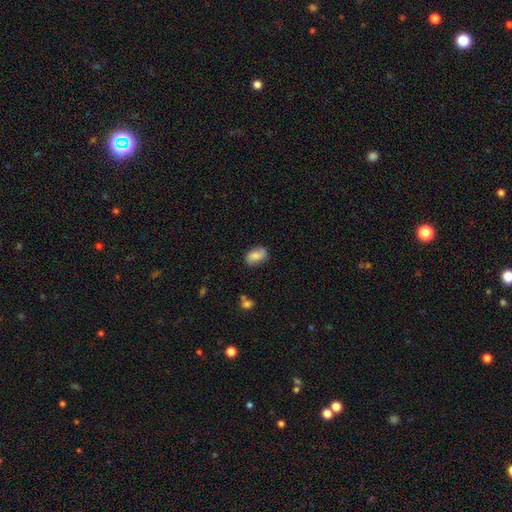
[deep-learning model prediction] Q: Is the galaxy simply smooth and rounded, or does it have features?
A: smooth — 70%.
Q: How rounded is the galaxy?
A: in between — 89%.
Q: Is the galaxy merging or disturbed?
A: none — 74%.